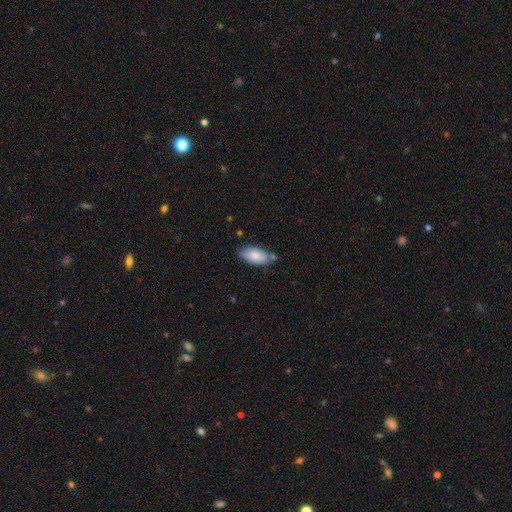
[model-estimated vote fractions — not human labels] The model was most divided on "merging": none: 67%, minor disturbance: 22%, merger: 8%, major disturbance: 4%. More confident: how rounded — in between (92%); smooth or featured — smooth (83%).